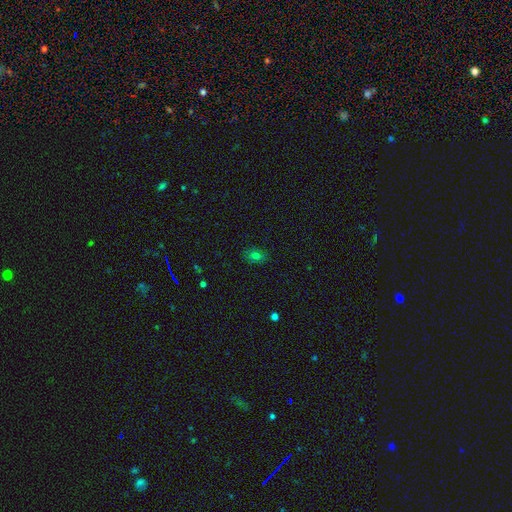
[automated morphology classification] Q: Smooth or featured?
A: smooth (71%); runner-up: star or artifact (18%)
Q: How rounded?
A: in between (66%); runner-up: round (32%)
Q: Merging?
A: none (84%); runner-up: minor disturbance (12%)